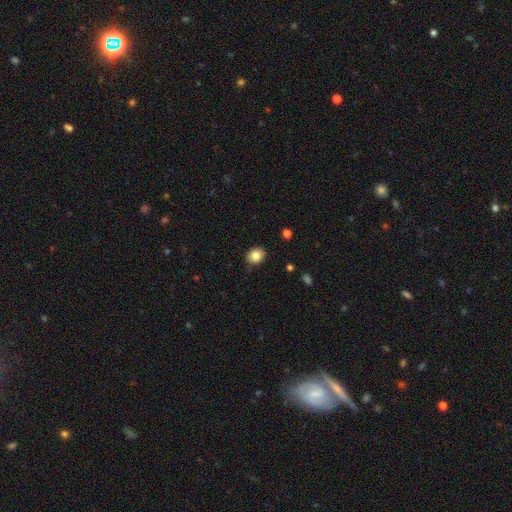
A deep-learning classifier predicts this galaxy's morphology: The model was most divided on "how rounded": round: 62%, in between: 37%, cigar-shaped: 1%. More confident: merging — none (83%); smooth or featured — smooth (82%).